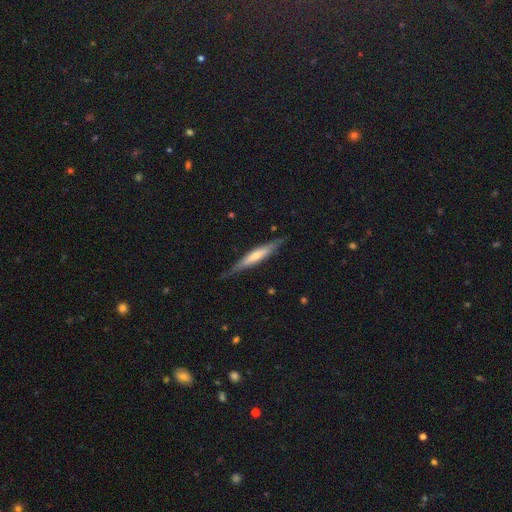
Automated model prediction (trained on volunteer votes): This appears to be a smooth galaxy with no disk features (49%). Merging: none (78%).